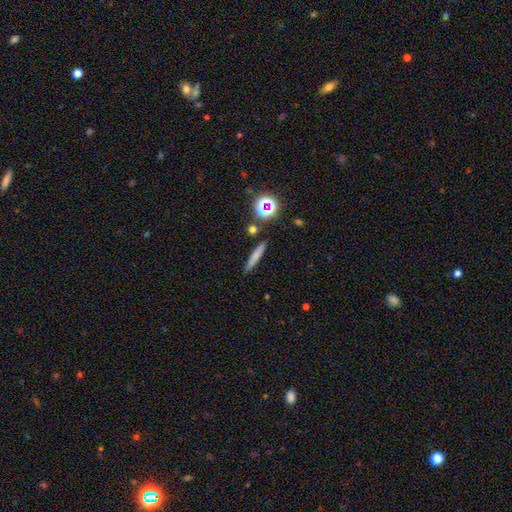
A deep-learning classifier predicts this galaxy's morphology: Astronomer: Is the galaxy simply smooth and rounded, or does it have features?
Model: smooth — 69%.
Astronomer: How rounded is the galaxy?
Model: cigar-shaped — 90%.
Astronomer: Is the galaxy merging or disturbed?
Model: none — 84%.